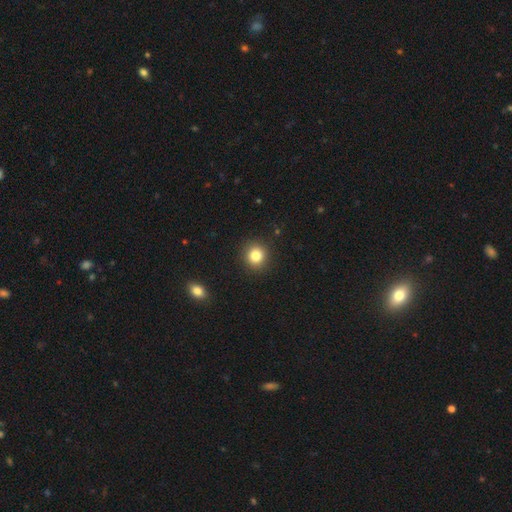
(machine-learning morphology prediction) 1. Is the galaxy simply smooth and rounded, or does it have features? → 83% smooth, 11% star or artifact, 6% featured or disk.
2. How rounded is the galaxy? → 90% round, 9% in between, 1% cigar-shaped.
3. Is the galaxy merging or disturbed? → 91% none, 6% minor disturbance, 2% major disturbance, 1% merger.